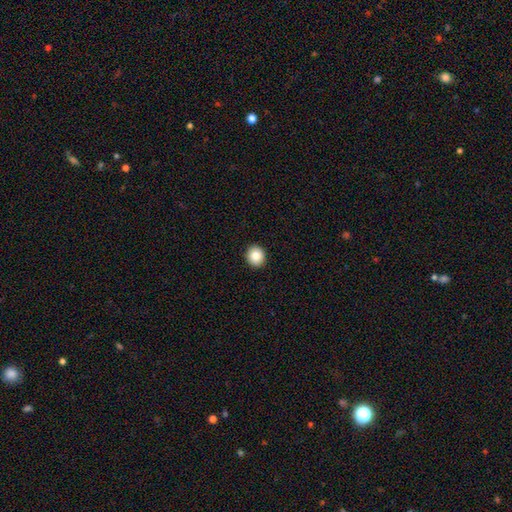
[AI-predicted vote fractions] This is clearly a smooth galaxy (84%). How rounded: clearly round (87%). Merging: clearly none (93%).